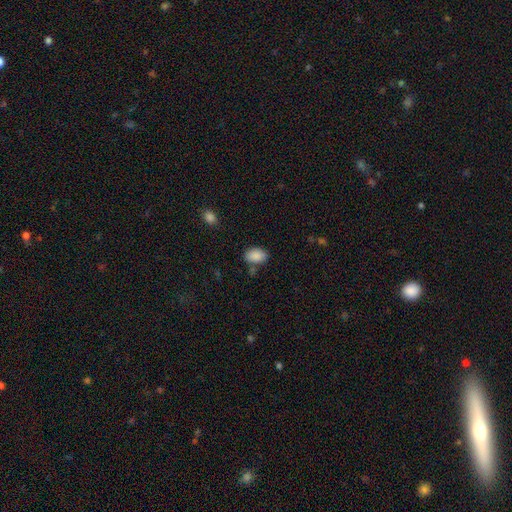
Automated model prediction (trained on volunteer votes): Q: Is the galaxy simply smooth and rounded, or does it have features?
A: smooth — 89%.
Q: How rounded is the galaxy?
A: in between — 88%.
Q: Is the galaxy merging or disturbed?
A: none — 74%.